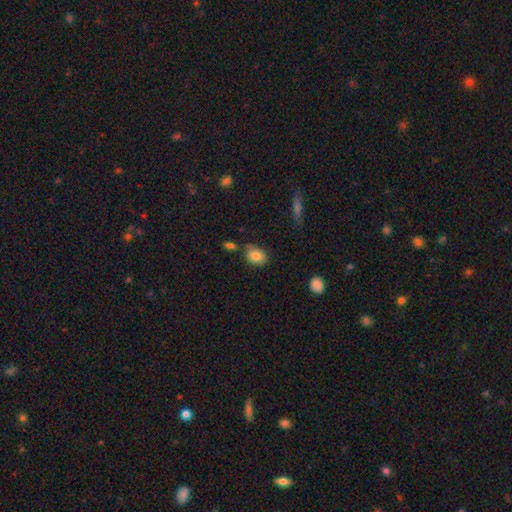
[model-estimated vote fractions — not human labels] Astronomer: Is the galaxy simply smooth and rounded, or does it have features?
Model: smooth — 84%.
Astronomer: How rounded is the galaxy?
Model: in between — 68%.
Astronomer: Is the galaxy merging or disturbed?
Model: none — 70%.